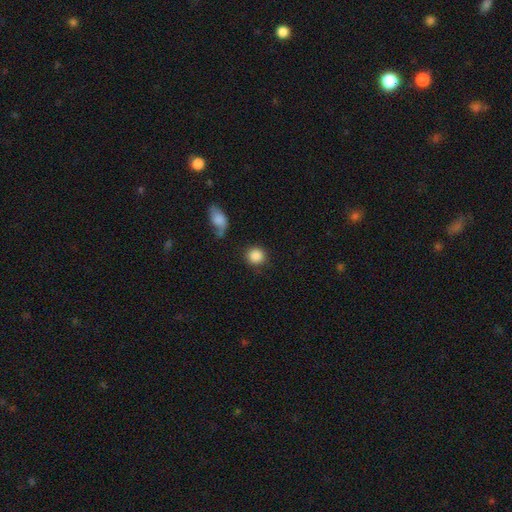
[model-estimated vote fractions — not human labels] This is clearly a smooth galaxy (87%). How rounded: clearly round (90%). Merging: clearly none (82%).